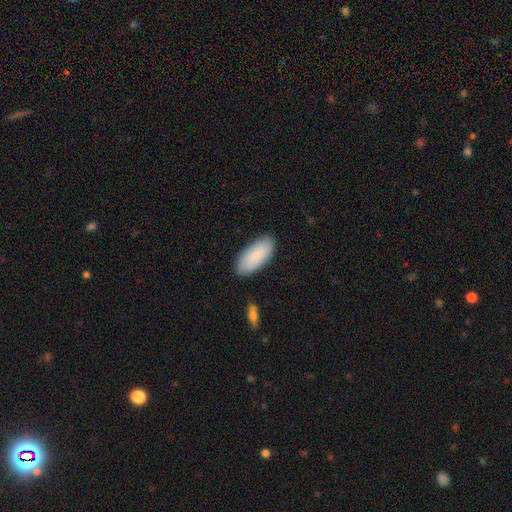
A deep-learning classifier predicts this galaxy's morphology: This is clearly a smooth galaxy (83%). How rounded: clearly in between (89%). Merging: clearly none (86%).